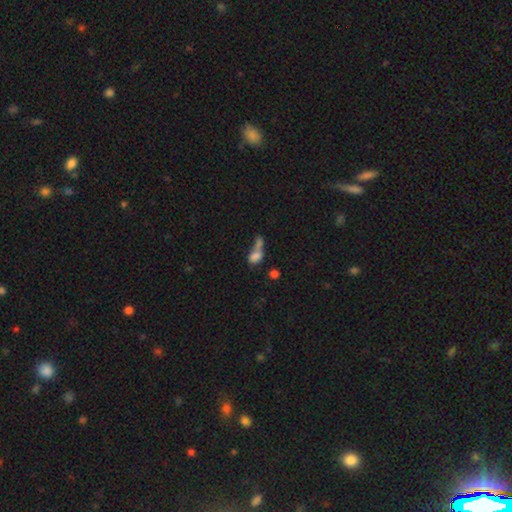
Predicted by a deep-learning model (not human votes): A smooth galaxy with no disk features (74%) that is in between round and cigar-shaped (74%). Merging: merger (65%).